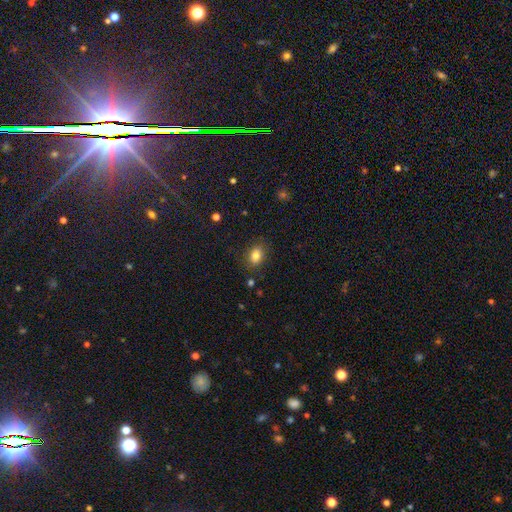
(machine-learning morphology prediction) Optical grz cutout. It shows a smooth galaxy with no disk features (82%) that is in between round and cigar-shaped (76%). Merging: none (83%).